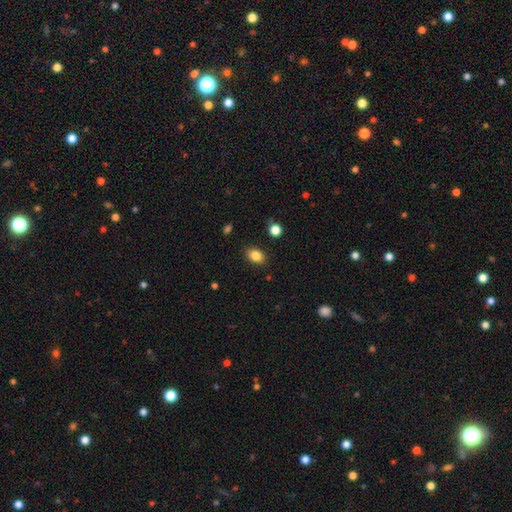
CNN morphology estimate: smooth_or_featured: smooth (p=0.85) [alt: star or artifact p=0.09]
how_rounded: in between (p=0.80) [alt: round p=0.18]
merging: none (p=0.86) [alt: minor disturbance p=0.10]